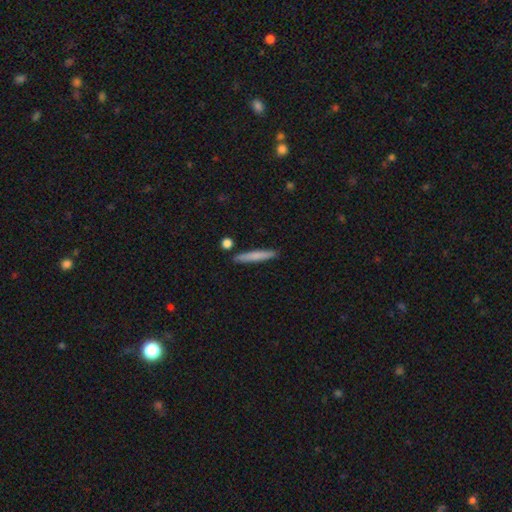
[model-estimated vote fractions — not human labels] A smooth galaxy with no disk features (73%) that is cigar-shaped (95%). Merging: none (87%).